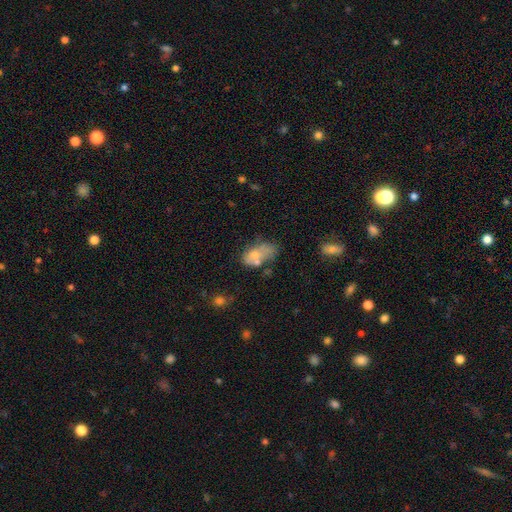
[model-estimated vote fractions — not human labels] Smooth or featured? Predicted: smooth (p=0.60). How rounded? Predicted: in between (p=0.87). Merging? Predicted: none (p=0.31).